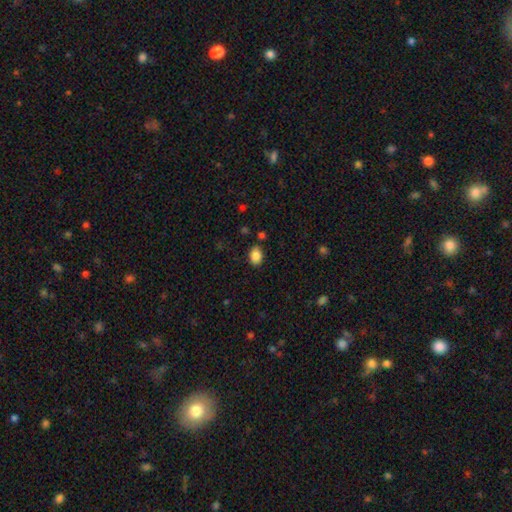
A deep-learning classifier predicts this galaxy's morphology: Smooth or featured?
  - smooth: 86% *
  - star or artifact: 8%
  - featured or disk: 6%
How rounded?
  - in between: 80% *
  - round: 19%
  - cigar-shaped: 1%
Merging?
  - none: 82% *
  - minor disturbance: 12%
  - merger: 3%
  - major disturbance: 3%